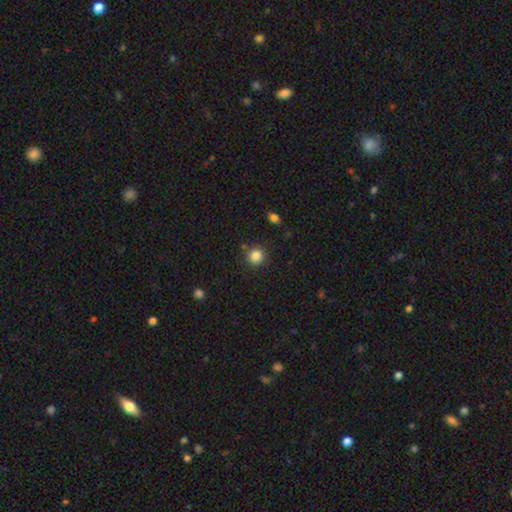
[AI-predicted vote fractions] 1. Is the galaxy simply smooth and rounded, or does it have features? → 84% smooth, 11% star or artifact, 5% featured or disk.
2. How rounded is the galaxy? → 93% round, 6% in between, 1% cigar-shaped.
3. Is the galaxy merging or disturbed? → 87% none, 7% minor disturbance, 3% merger, 3% major disturbance.